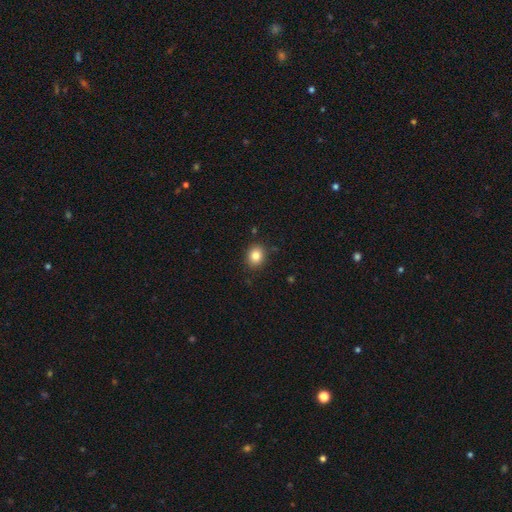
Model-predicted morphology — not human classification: A smooth galaxy with no disk features (83%) that is round (64%). Merging: none (88%).